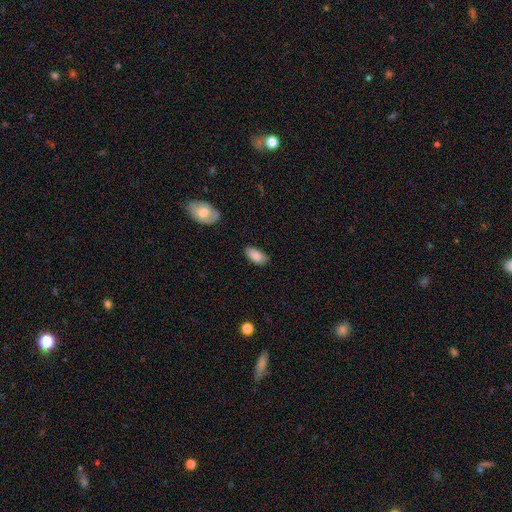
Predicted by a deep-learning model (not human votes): Smooth or featured: smooth — 87% (star or artifact — 7%)
How rounded: in between — 93% (cigar-shaped — 5%)
Merging: none — 82% (minor disturbance — 14%)